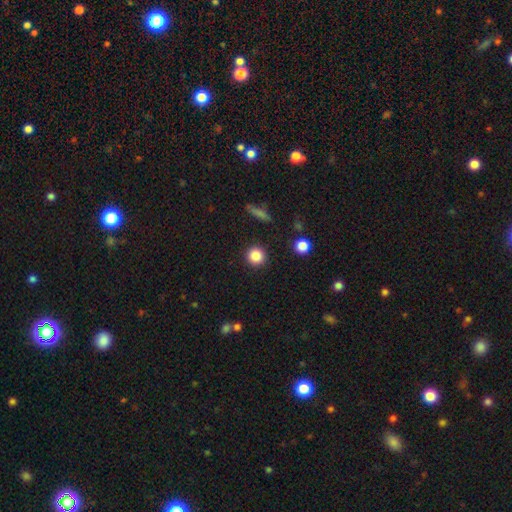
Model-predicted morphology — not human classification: Q: Smooth or featured?
A: smooth (85%); runner-up: star or artifact (10%)
Q: How rounded?
A: round (94%); runner-up: in between (5%)
Q: Merging?
A: none (91%); runner-up: minor disturbance (6%)